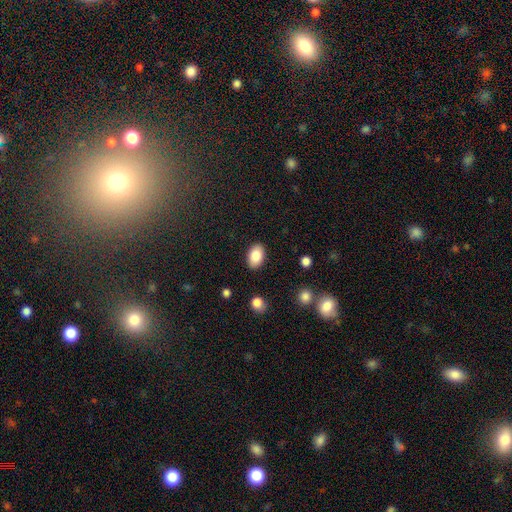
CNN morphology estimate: Q: Smooth or featured?
A: smooth (87%); runner-up: star or artifact (7%)
Q: How rounded?
A: in between (91%); runner-up: round (8%)
Q: Merging?
A: none (88%); runner-up: minor disturbance (9%)